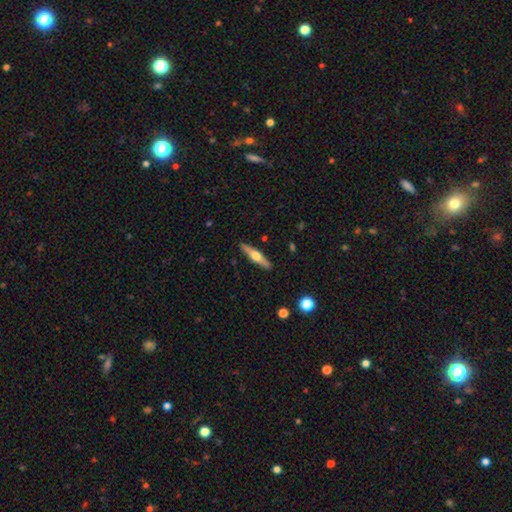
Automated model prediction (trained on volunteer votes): The model was most divided on "smooth or featured": featured or disk: 63%, smooth: 32%, star or artifact: 5%. More confident: edge-on disk — yes (97%); edge-on bulge — rounded (94%); merging — none (91%).